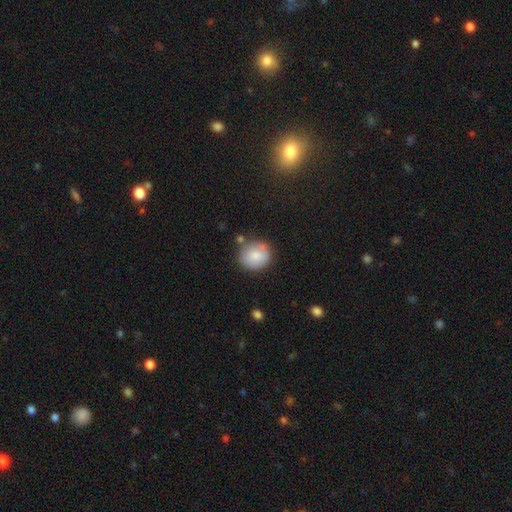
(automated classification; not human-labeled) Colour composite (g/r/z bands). It shows a smooth galaxy with no disk features (83%) that is round (82%). Merging: none (71%).